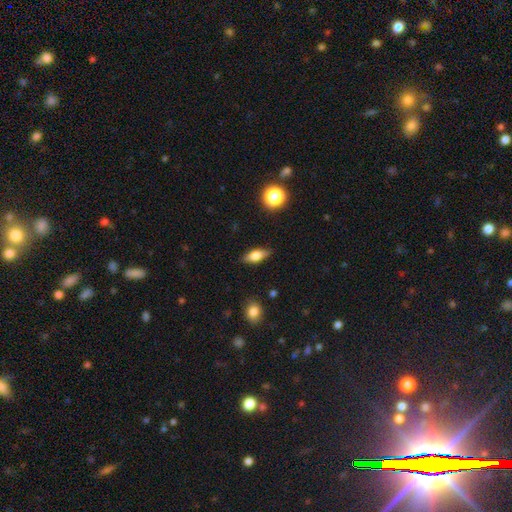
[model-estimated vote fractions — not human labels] Overall: smooth (65%; featured or disk 27%). How rounded: in between (72%). Merging: none (85%).